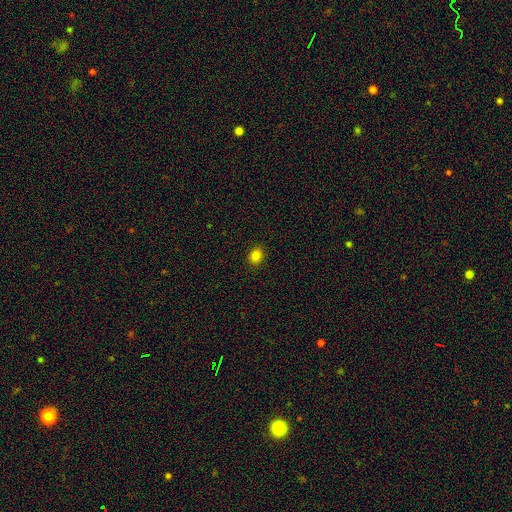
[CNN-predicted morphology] smooth-or-featured: smooth: 84% | star or artifact: 13% | featured or disk: 4%
  how-rounded: round: 53% | in between: 46% | cigar-shaped: 1%
  merging: none: 90% | minor disturbance: 7% | major disturbance: 2% | merger: 1%